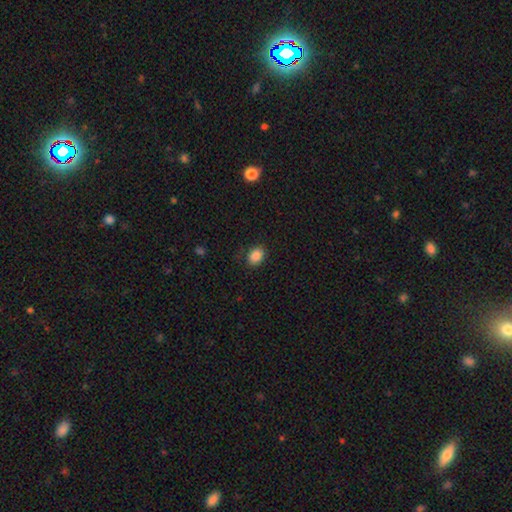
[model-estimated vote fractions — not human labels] Smooth or featured? Predicted: smooth (p=0.87). How rounded? Predicted: in between (p=0.73). Merging? Predicted: none (p=0.83).